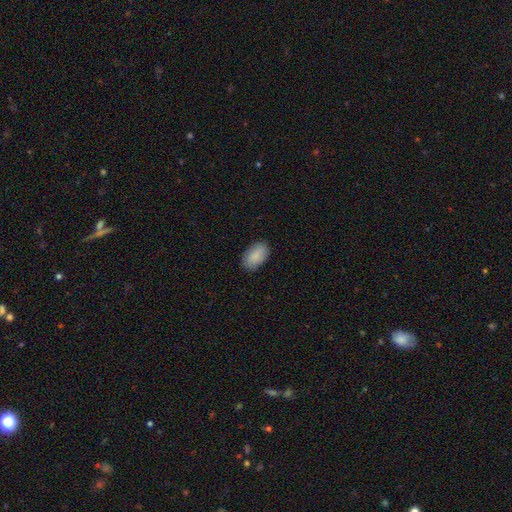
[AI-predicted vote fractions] Morphology: type=smooth (90%); roundness=in between (94%); merging=none (87%).